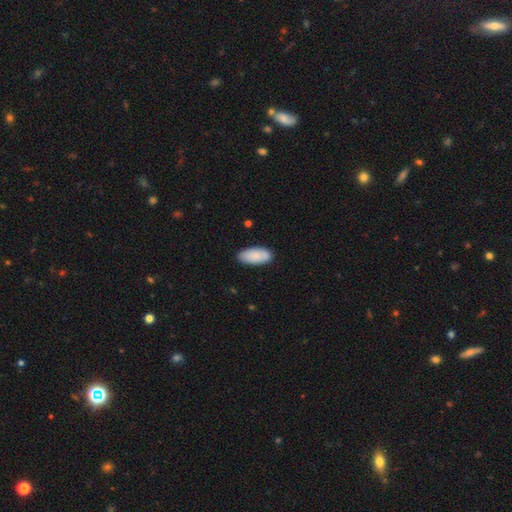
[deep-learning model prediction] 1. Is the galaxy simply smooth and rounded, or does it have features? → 85% smooth, 9% featured or disk, 6% star or artifact.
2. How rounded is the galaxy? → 90% in between, 8% cigar-shaped, 2% round.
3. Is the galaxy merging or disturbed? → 83% none, 13% minor disturbance, 2% merger, 2% major disturbance.